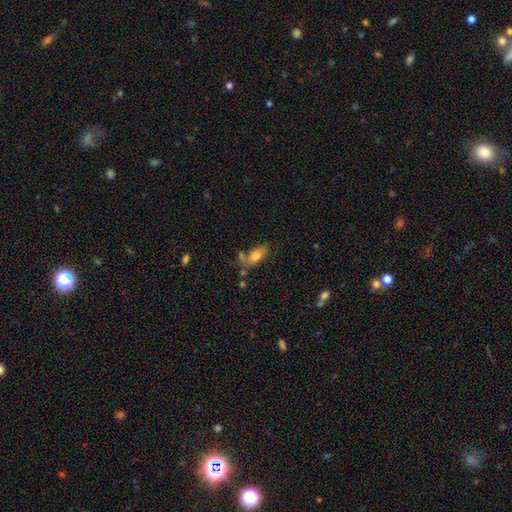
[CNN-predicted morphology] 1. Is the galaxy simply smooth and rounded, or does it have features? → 73% smooth, 18% featured or disk, 9% star or artifact.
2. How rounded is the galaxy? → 82% in between, 13% cigar-shaped, 4% round.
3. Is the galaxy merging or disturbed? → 55% none, 20% minor disturbance, 17% merger, 8% major disturbance.